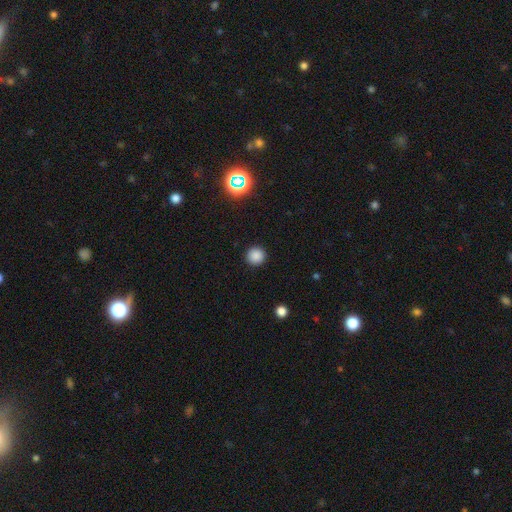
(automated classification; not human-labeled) Morphology: type=smooth (84%); roundness=round (95%); merging=none (92%).